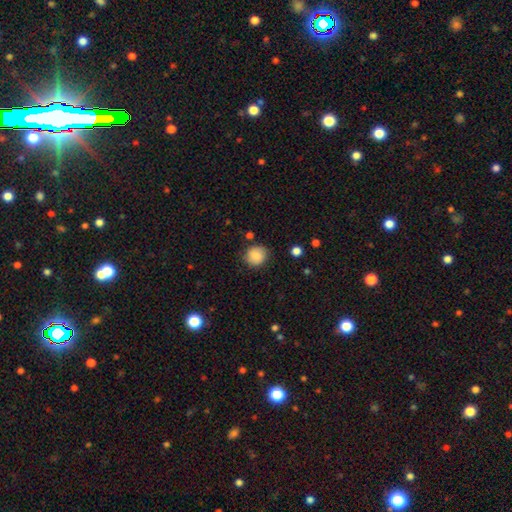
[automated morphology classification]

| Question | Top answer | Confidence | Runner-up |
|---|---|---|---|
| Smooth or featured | smooth | 85% | star or artifact (8%) |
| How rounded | round | 85% | in between (14%) |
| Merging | none | 81% | minor disturbance (14%) |